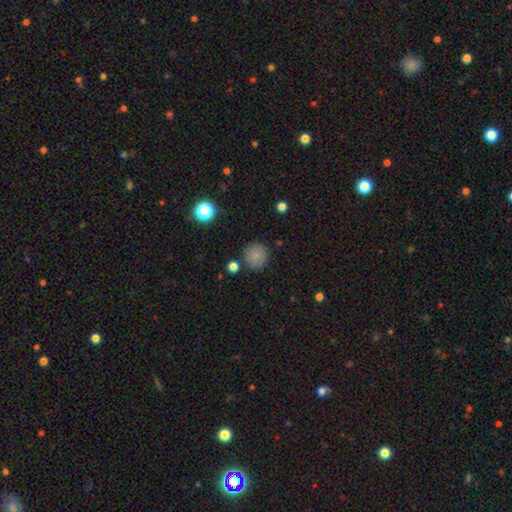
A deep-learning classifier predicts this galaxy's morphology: The model was most divided on "smooth or featured": smooth: 80%, star or artifact: 11%, featured or disk: 9%. More confident: how rounded — round (92%); merging — none (81%).